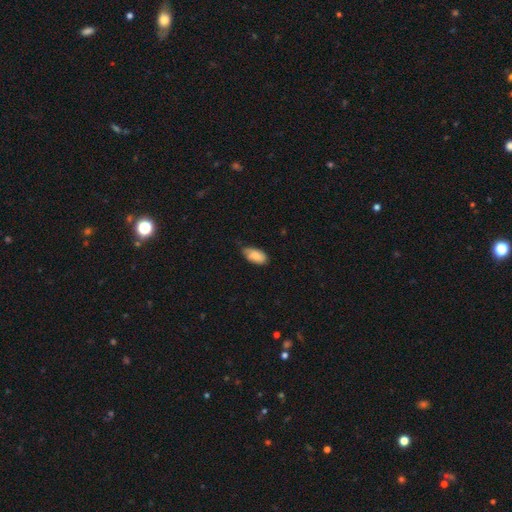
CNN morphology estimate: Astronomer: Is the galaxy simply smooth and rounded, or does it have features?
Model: smooth — 81%.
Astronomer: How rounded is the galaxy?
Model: in between — 93%.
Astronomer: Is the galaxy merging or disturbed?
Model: none — 53% (runner-up: minor disturbance, 38%).